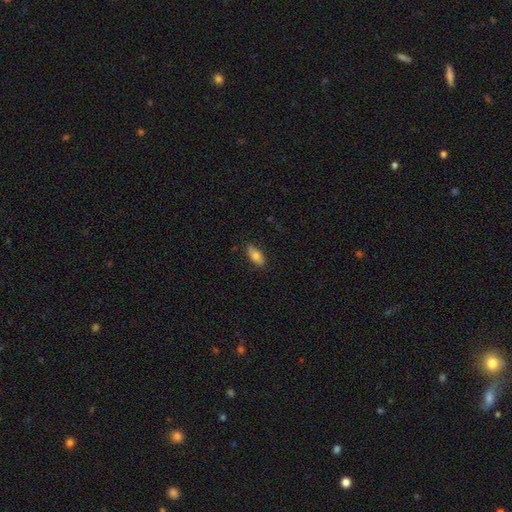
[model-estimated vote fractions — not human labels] Smooth or featured?
  - smooth: 76% *
  - featured or disk: 17%
  - star or artifact: 7%
How rounded?
  - in between: 85% *
  - cigar-shaped: 13%
  - round: 3%
Merging?
  - none: 81% *
  - minor disturbance: 15%
  - major disturbance: 2%
  - merger: 1%